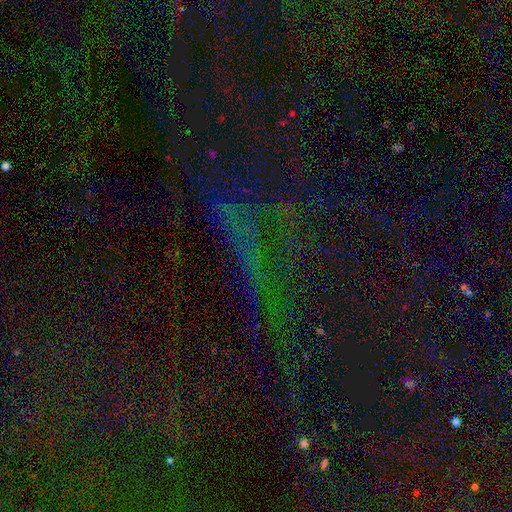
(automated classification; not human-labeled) Overall: star or artifact (68%).